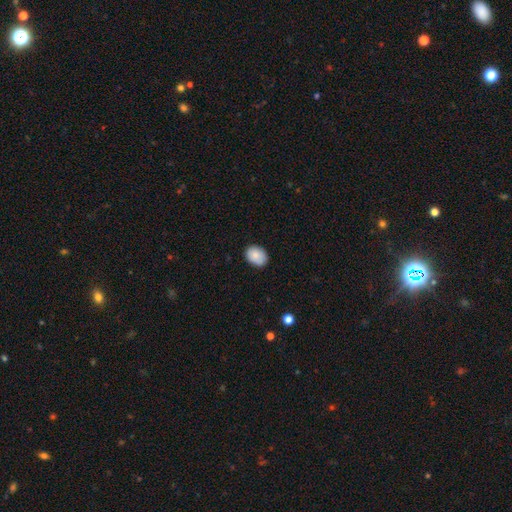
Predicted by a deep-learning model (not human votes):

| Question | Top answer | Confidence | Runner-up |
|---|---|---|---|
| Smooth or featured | smooth | 84% | featured or disk (8%) |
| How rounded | in between | 67% | round (32%) |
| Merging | none | 80% | minor disturbance (16%) |